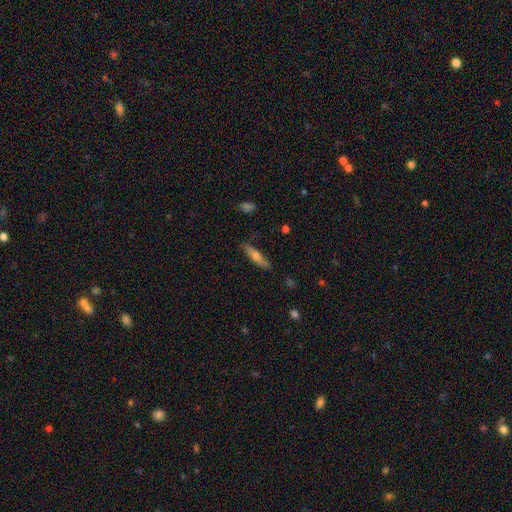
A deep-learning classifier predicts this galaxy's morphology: This is possibly a smooth galaxy (55%). How rounded: clearly cigar-shaped (82%). Merging: clearly none (83%).